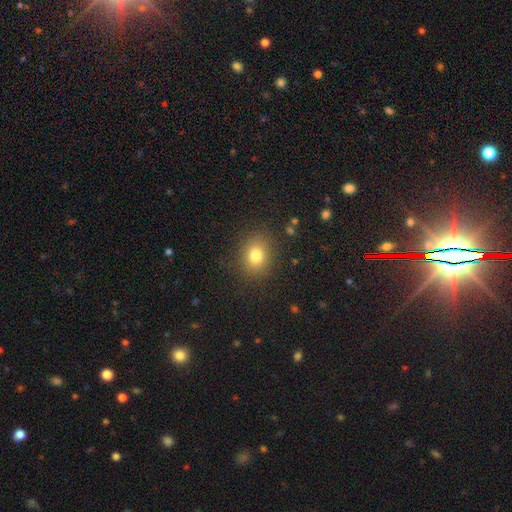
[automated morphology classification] smooth-or-featured: smooth: 79% | star or artifact: 13% | featured or disk: 9%
  how-rounded: round: 65% | in between: 34% | cigar-shaped: 1%
  merging: none: 86% | minor disturbance: 9% | major disturbance: 4% | merger: 1%